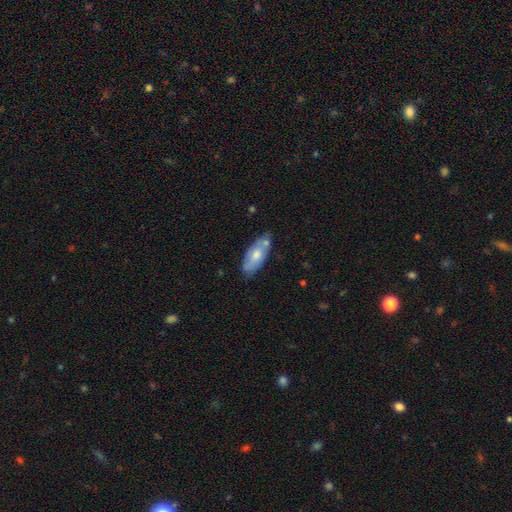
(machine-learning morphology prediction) The model was most divided on "smooth or featured": smooth: 64%, featured or disk: 30%, star or artifact: 6%. More confident: how rounded — in between (80%); merging — none (61%).